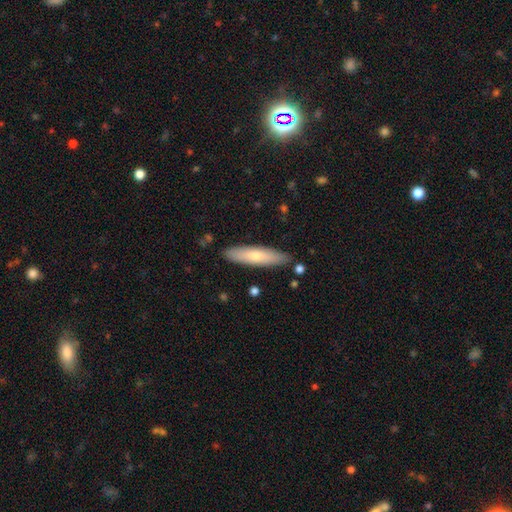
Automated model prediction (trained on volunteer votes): A smooth galaxy with no disk features (66%) that is cigar-shaped (75%).

Vote fractions:
- Smooth or featured? smooth: 66% / featured or disk: 29% / star or artifact: 6%
- How rounded? cigar-shaped: 75% / in between: 24% / round: 1%
- Merging? none: 86% / minor disturbance: 10% / merger: 2% / major disturbance: 2%